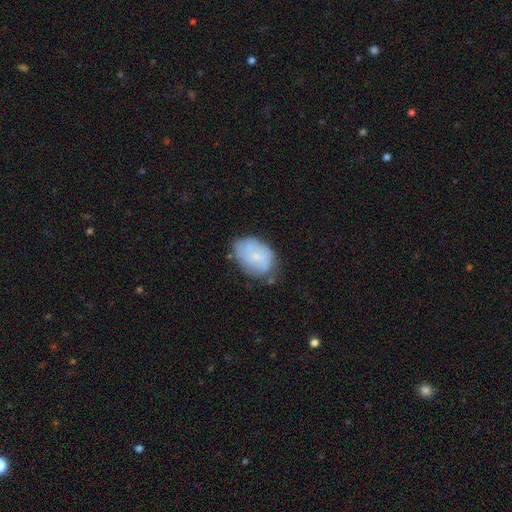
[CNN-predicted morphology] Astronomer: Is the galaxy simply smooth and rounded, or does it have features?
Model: smooth — 50% (runner-up: featured or disk, 43%).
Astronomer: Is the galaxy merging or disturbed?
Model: none — 64%.